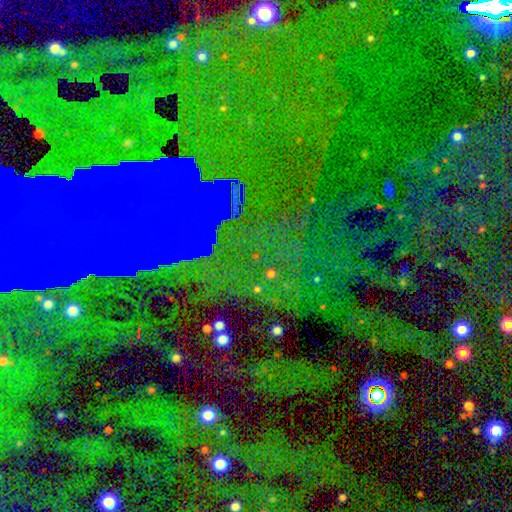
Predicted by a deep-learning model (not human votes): A star or artifact, not a galaxy (72%).

Vote fractions:
- Smooth or featured? star or artifact: 72% / featured or disk: 16% / smooth: 12%